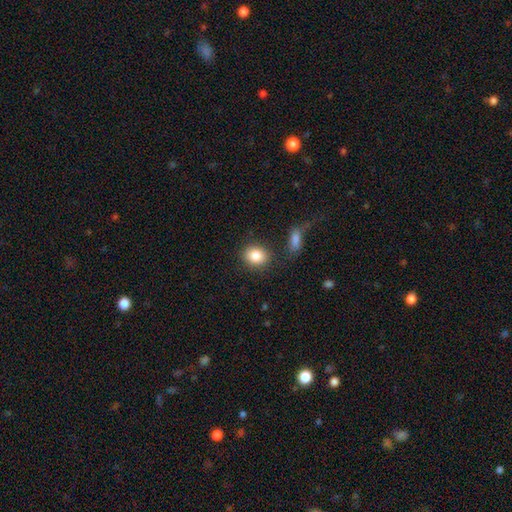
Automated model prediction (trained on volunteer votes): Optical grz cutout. It shows a smooth galaxy with no disk features (85%) that is round (56%). Merging: none (80%).